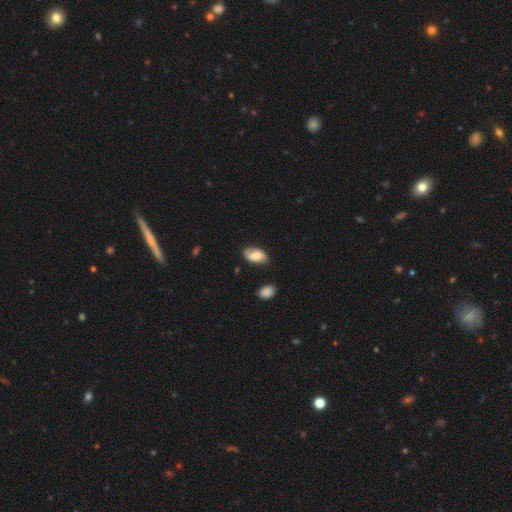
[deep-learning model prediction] A smooth galaxy with no disk features (61%) that is in between round and cigar-shaped (93%).

Vote fractions:
- Smooth or featured? smooth: 61% / featured or disk: 31% / star or artifact: 8%
- How rounded? in between: 93% / round: 5% / cigar-shaped: 2%
- Merging? none: 69% / minor disturbance: 23% / major disturbance: 5% / merger: 3%